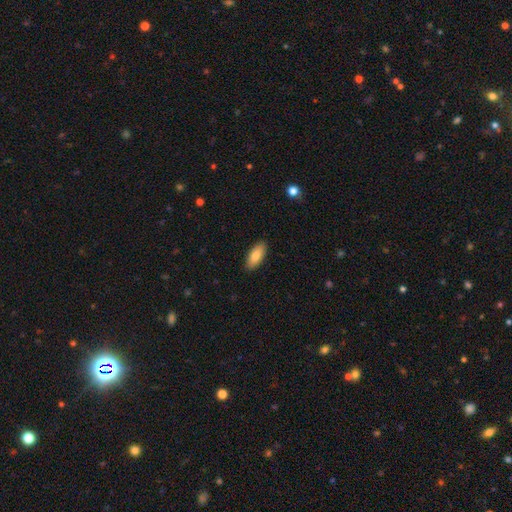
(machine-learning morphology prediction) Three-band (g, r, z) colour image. It shows a smooth galaxy with no disk features (84%) that is in between round and cigar-shaped (83%). Merging: none (89%).